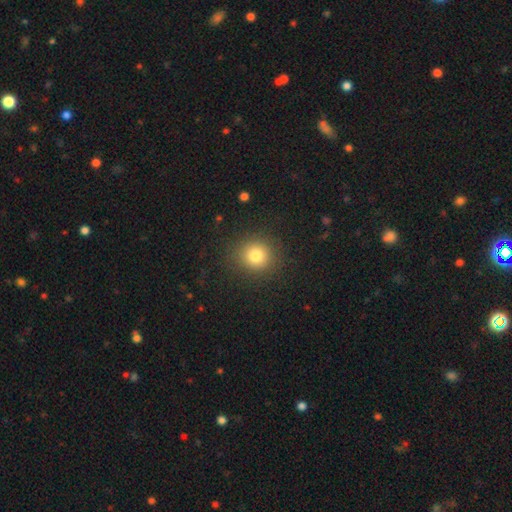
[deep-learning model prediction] Overall: smooth (79%). How rounded: round (89%). Merging: none (89%).